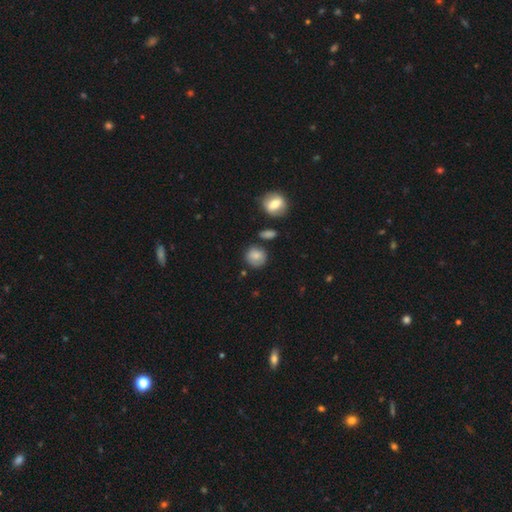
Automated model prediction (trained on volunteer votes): This appears to be a smooth galaxy with no disk features (77%) that is round (83%). Merging: none (72%).